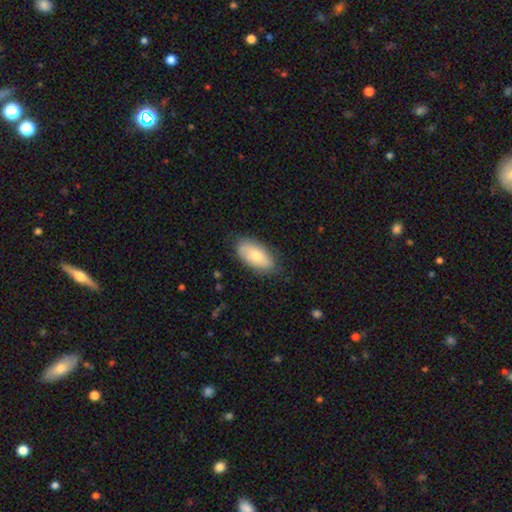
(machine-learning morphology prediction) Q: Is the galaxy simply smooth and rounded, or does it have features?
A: smooth — 68%.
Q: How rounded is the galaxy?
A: in between — 92%.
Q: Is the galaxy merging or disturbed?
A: none — 77%.